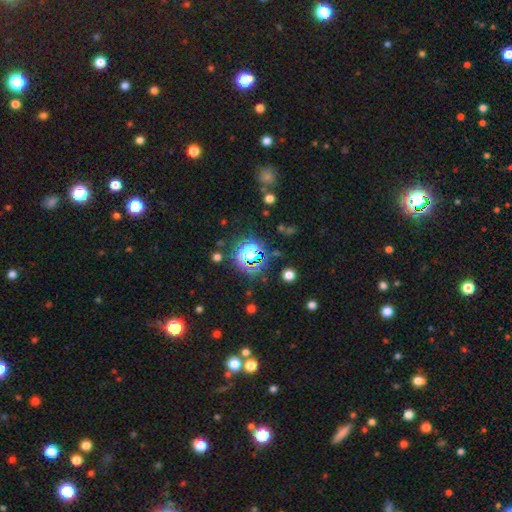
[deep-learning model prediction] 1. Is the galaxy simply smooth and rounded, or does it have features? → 75% star or artifact, 17% smooth, 8% featured or disk.